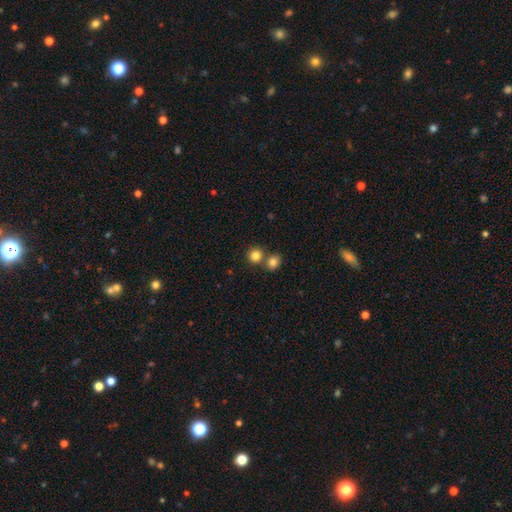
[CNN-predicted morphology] type=smooth (83%); roundness=round (88%); merging=none (60%).